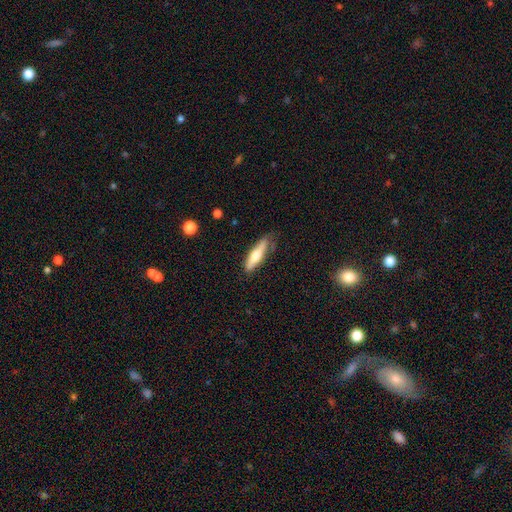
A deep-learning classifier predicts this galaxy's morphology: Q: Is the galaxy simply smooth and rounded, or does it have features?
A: smooth — 56%.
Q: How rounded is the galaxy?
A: cigar-shaped — 71%.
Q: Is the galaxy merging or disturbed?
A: none — 71%.